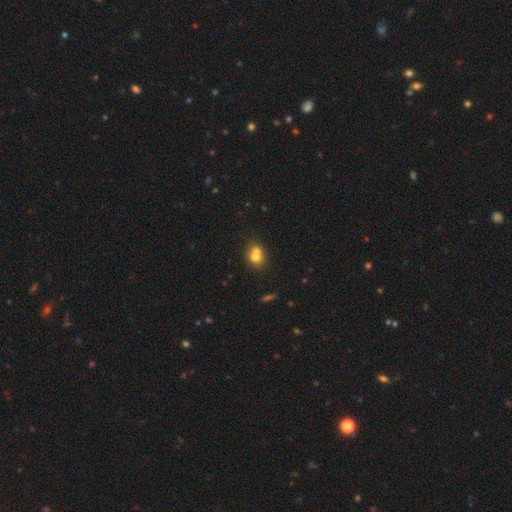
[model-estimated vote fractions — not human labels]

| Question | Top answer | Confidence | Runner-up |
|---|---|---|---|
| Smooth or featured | smooth | 69% | featured or disk (19%) |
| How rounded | round | 68% | in between (31%) |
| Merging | merger | 59% | none (32%) |